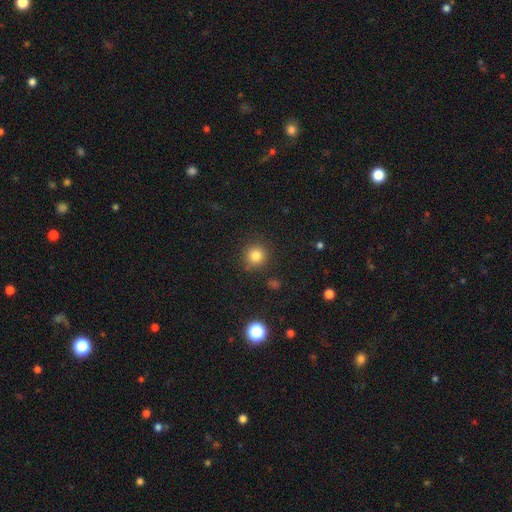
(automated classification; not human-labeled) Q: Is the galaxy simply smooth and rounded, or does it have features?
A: smooth — 82%.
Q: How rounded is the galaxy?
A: round — 93%.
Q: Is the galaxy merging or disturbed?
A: none — 87%.